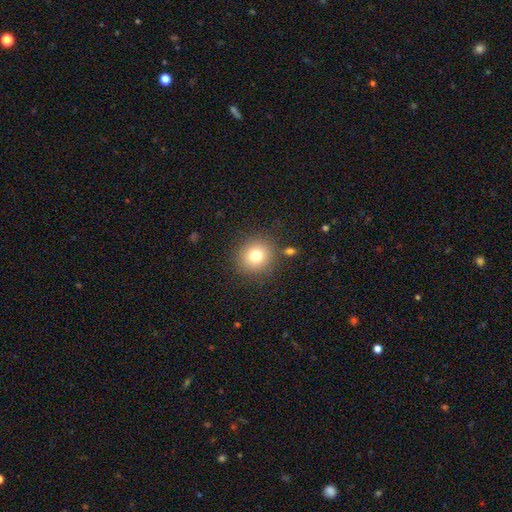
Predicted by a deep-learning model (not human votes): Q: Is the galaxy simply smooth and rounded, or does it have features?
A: smooth — 77%.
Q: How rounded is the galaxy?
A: round — 89%.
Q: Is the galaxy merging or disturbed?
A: none — 85%.